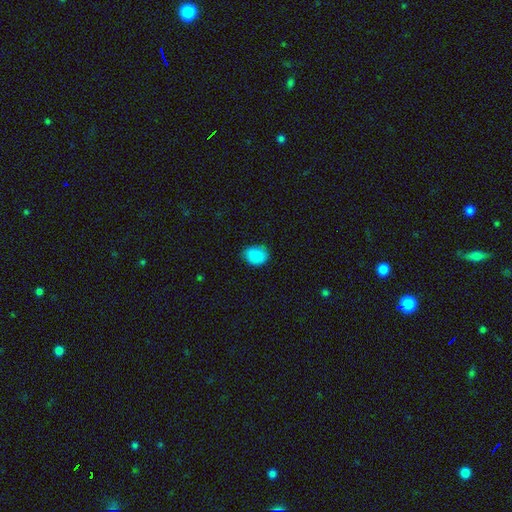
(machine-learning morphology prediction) Overall: smooth (87%). How rounded: round (54%; in between 45%). Merging: none (75%).